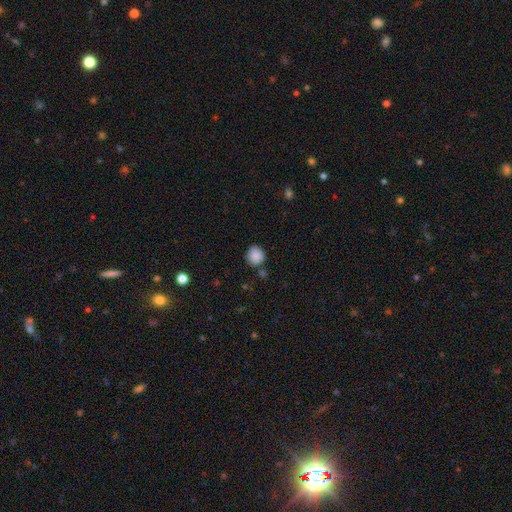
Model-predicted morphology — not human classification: smooth-or-featured: smooth: 87% | star or artifact: 9% | featured or disk: 3%
  how-rounded: round: 86% | in between: 13% | cigar-shaped: 1%
  merging: none: 78% | minor disturbance: 13% | merger: 6% | major disturbance: 3%